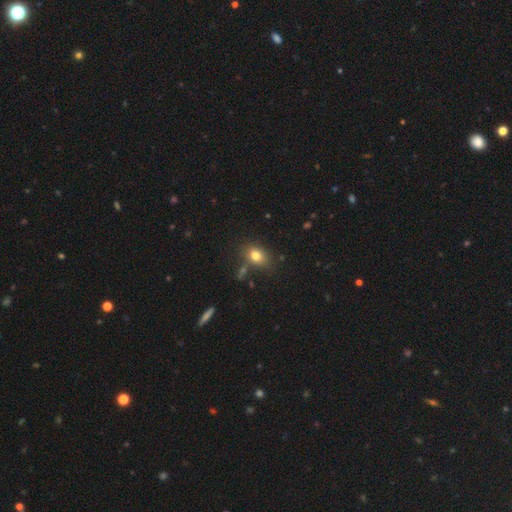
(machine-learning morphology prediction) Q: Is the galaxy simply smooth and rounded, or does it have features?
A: smooth — 79%.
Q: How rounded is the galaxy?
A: in between — 69%.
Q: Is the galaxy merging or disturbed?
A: none — 73%.